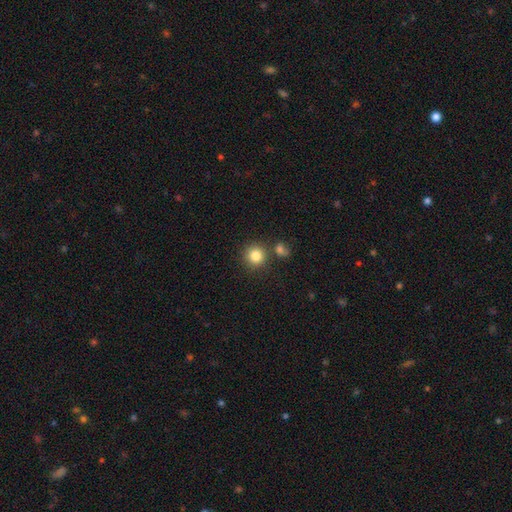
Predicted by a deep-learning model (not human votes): Morphology: type=smooth (83%); roundness=round (92%); merging=none (79%).